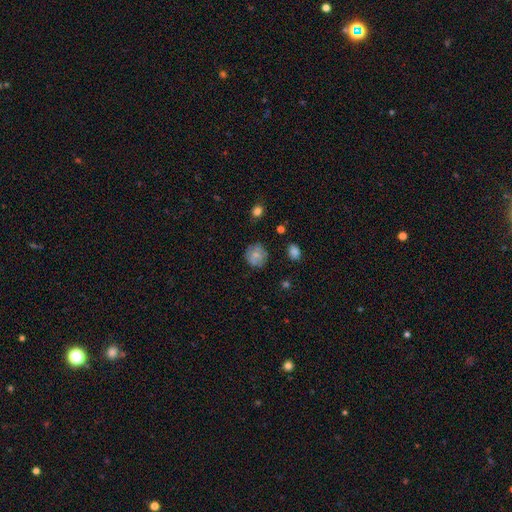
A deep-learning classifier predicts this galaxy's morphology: A smooth galaxy with no disk features (69%) that is round (87%). Merging: none (75%).